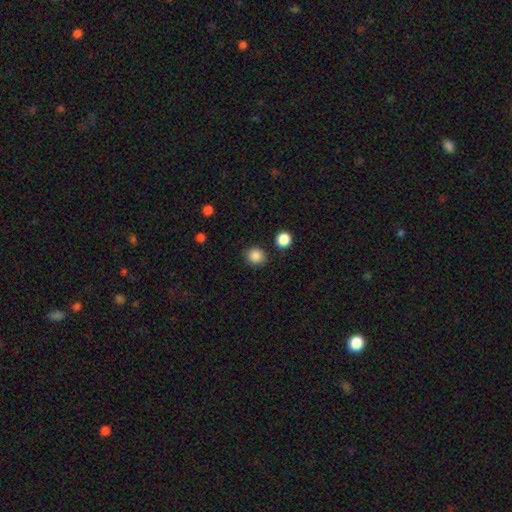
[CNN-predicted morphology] Smooth or featured: smooth — 87% (star or artifact — 10%)
How rounded: round — 88% (in between — 11%)
Merging: none — 87% (minor disturbance — 7%)